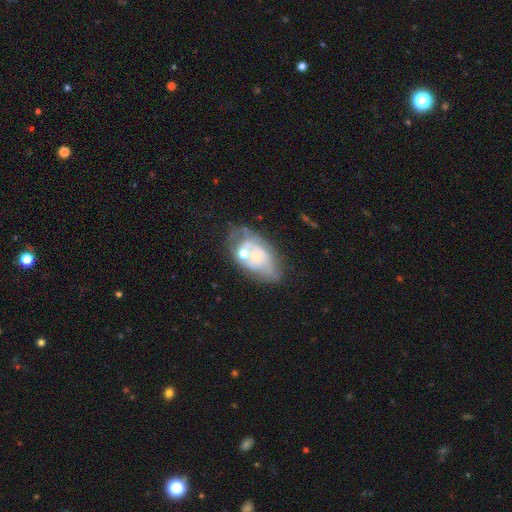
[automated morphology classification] A featured or disk galaxy (67%) with no bar (82%), spiral arms (58%) and a small central bulge (61%).

Vote fractions:
- Smooth or featured? featured or disk: 67% / smooth: 25% / star or artifact: 8%
- Edge-on disk? no: 95% / yes: 5%
- Bar? no: 82% / weak: 15% / strong: 3%
- Spiral arms? yes: 58% / no: 42%
- Bulge size? small: 61% / moderate: 30% / none: 5% / large: 3% / dominant: 1%
- Merging? none: 43% / minor disturbance: 23% / merger: 19% / major disturbance: 15%